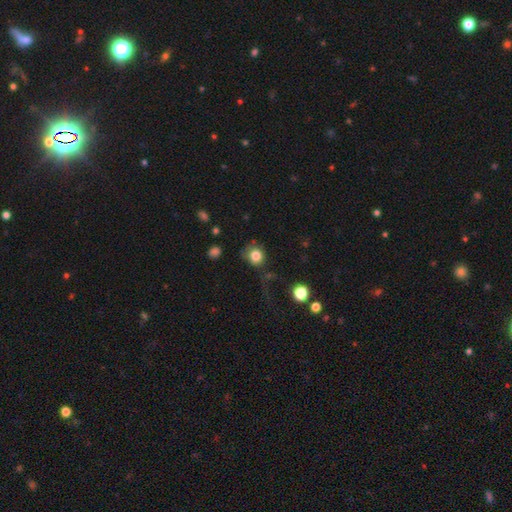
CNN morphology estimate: smooth 81%, star or artifact 11%, featured or disk 8%. Down the decision tree: how rounded — round (82%); merging — none (66%).